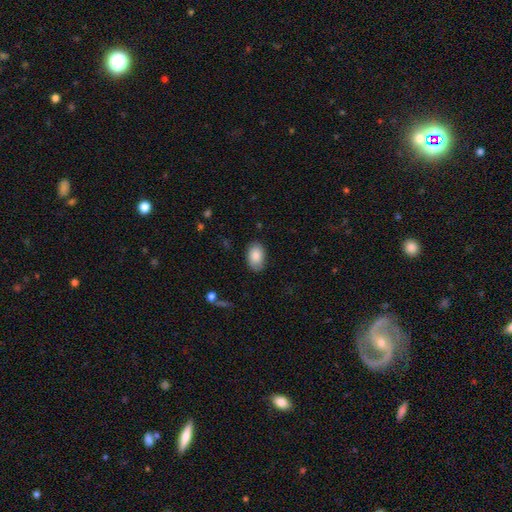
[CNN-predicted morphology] Smooth or featured? Predicted: smooth (p=0.87). How rounded? Predicted: in between (p=0.90). Merging? Predicted: none (p=0.81).